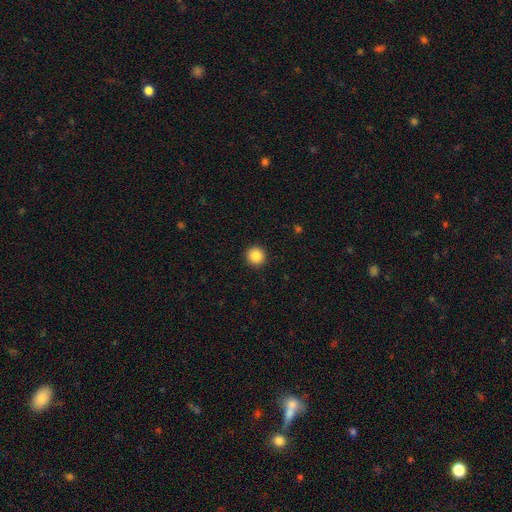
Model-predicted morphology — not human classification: A smooth galaxy with no disk features (86%) that is round (95%).

Vote fractions:
- Smooth or featured? smooth: 86% / star or artifact: 9% / featured or disk: 4%
- How rounded? round: 95% / in between: 4% / cigar-shaped: 1%
- Merging? none: 93% / minor disturbance: 4% / major disturbance: 2% / merger: 1%